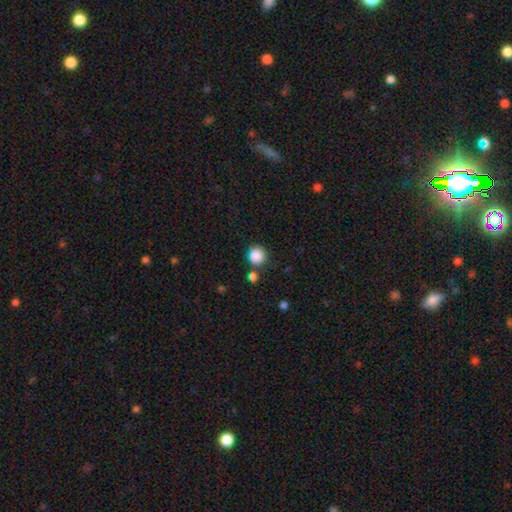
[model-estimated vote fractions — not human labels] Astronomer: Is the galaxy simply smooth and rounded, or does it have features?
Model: smooth — 86%.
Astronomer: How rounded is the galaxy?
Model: round — 90%.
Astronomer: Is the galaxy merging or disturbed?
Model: none — 76%.